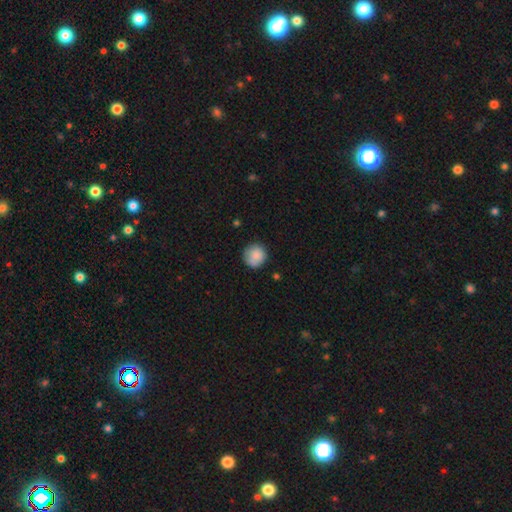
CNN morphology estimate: type=smooth (86%); roundness=round (93%); merging=none (81%).